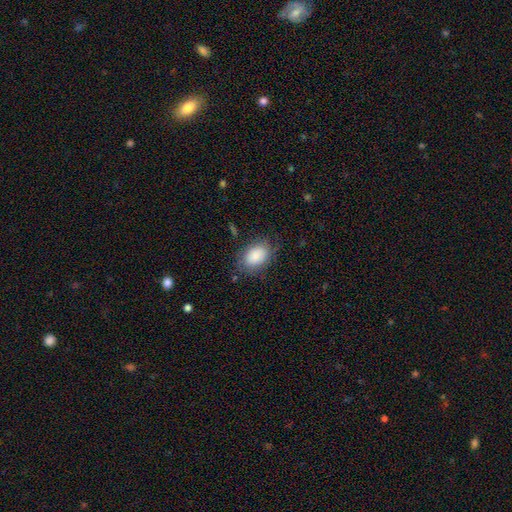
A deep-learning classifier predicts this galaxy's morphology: This appears to be a smooth galaxy with no disk features (85%) that is in between round and cigar-shaped (82%). Merging: none (74%).